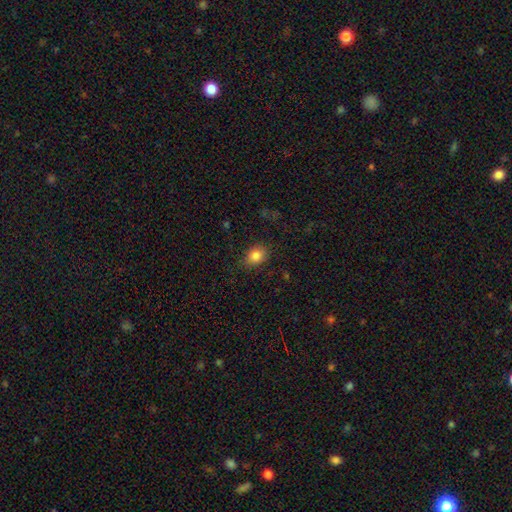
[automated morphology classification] type=smooth (84%); roundness=in between (64%); merging=none (82%).